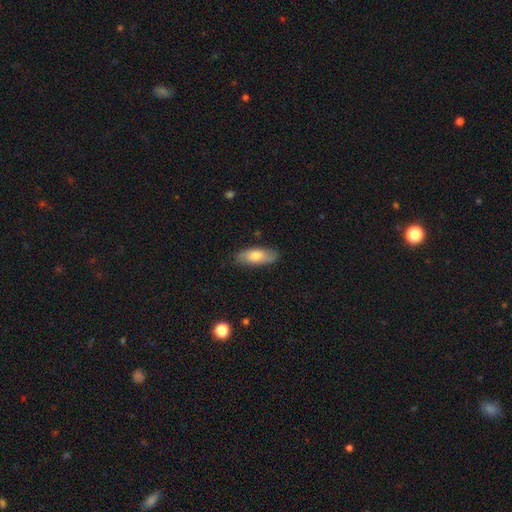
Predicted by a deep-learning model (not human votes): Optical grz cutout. It shows a smooth galaxy with no disk features (71%) that is in between round and cigar-shaped (77%). Merging: none (85%).